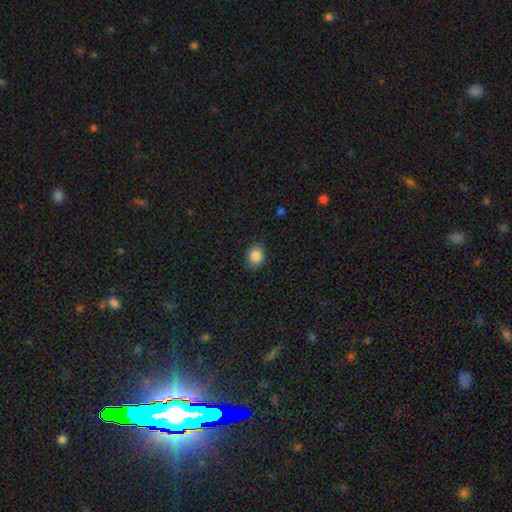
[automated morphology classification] smooth_or_featured: smooth (p=0.87) [alt: star or artifact p=0.09]
how_rounded: round (p=0.63) [alt: in between p=0.36]
merging: none (p=0.86) [alt: minor disturbance p=0.10]